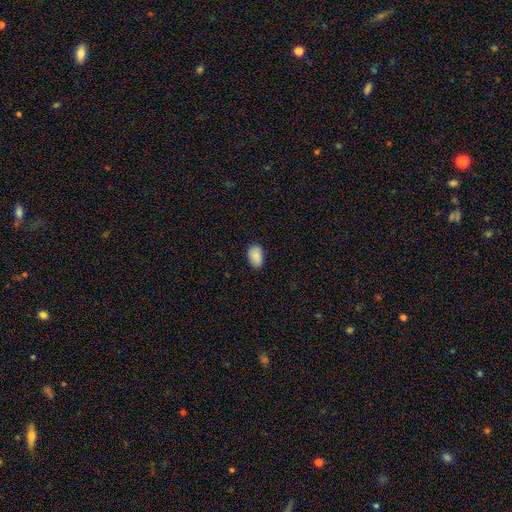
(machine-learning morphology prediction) type=smooth (89%); roundness=in between (89%); merging=none (82%).